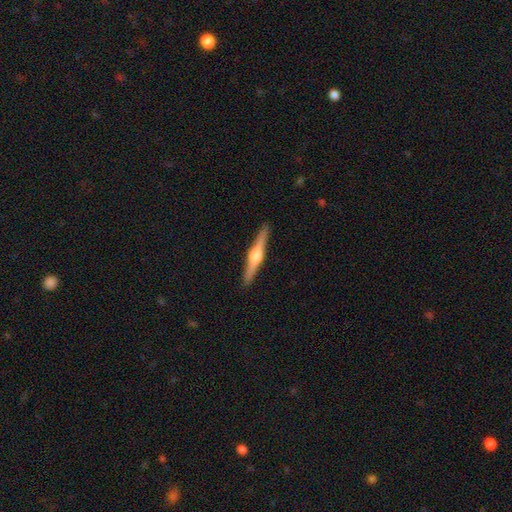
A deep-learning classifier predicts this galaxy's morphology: featured or disk 79%, smooth 16%, star or artifact 5%. Down the decision tree: edge-on disk — yes (98%); edge-on bulge — rounded (93%); merging — none (92%).